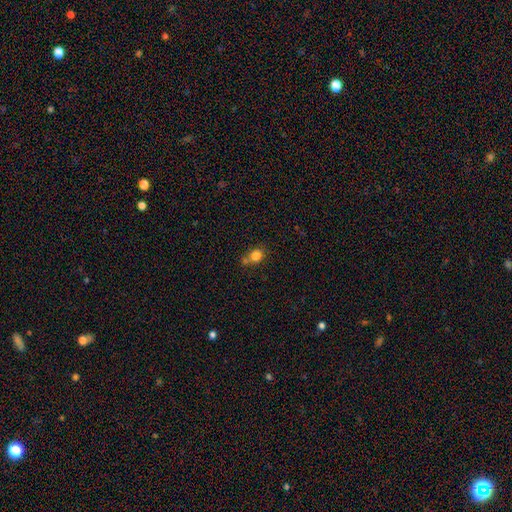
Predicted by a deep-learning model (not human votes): Smooth or featured? Predicted: smooth (p=0.81). How rounded? Predicted: round (p=0.68). Merging? Predicted: none (p=0.56).